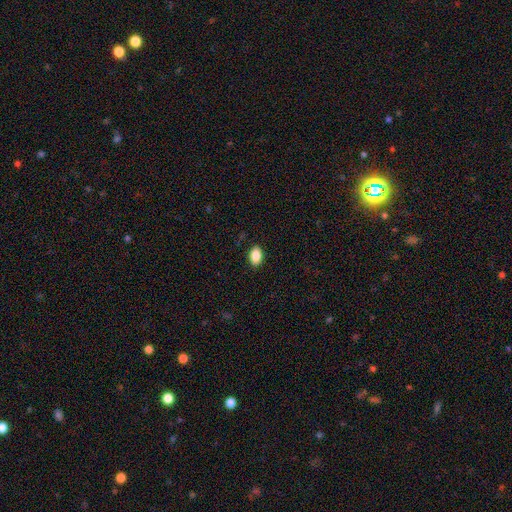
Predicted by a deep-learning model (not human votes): smooth 88%, star or artifact 8%, featured or disk 4%. Down the decision tree: how rounded — in between (90%); merging — none (89%).